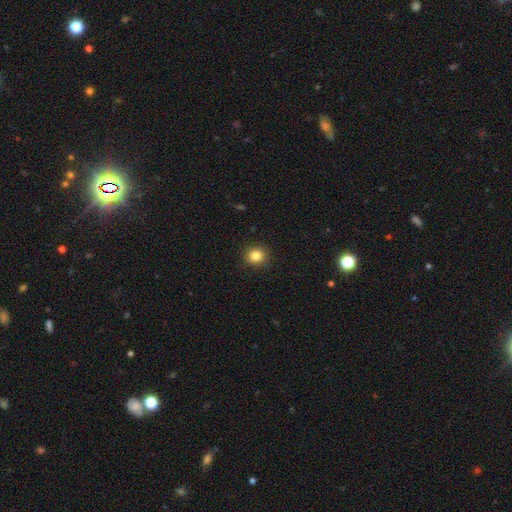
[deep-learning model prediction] Morphology: type=smooth (84%); roundness=round (86%); merging=none (91%).